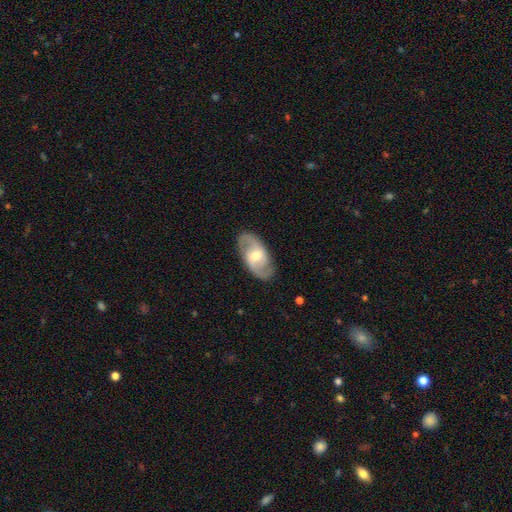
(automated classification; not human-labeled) Smooth or featured: featured or disk — 78% (smooth — 17%)
Edge-on disk: no — 95% (yes — 5%)
Bar: weak — 47% (no — 38%)
Spiral arms: yes — 90% (no — 10%)
Spiral winding: medium — 51% (loose — 26%)
Spiral arm count: 2 — 90% (can't tell — 6%)
Bulge size: moderate — 63% (small — 29%)
Merging: none — 85% (minor disturbance — 11%)